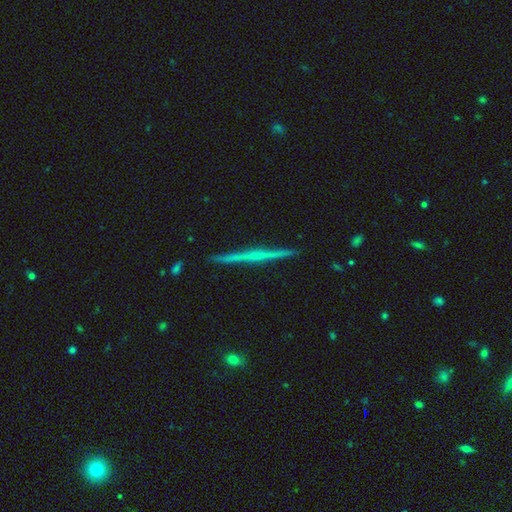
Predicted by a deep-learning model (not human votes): Overall: featured or disk (67%; smooth 28%). Edge-on disk: yes (98%). Edge-on bulge: none (81%). Merging: none (93%).